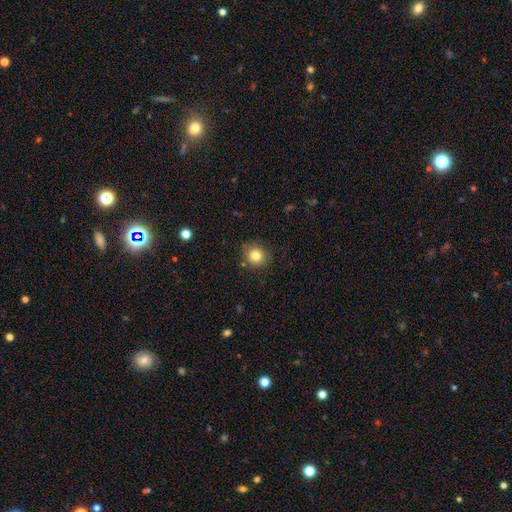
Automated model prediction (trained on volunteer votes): Smooth or featured: smooth — 81% (star or artifact — 12%)
How rounded: round — 91% (in between — 8%)
Merging: none — 86% (minor disturbance — 9%)